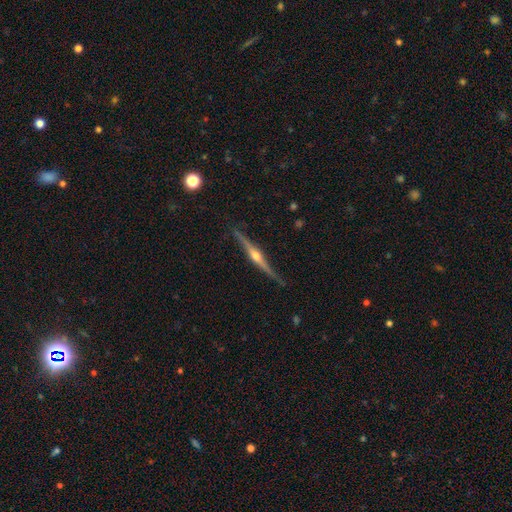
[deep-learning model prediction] Q: Smooth or featured?
A: featured or disk (84%); runner-up: smooth (11%)
Q: Edge-on disk?
A: yes (98%); runner-up: no (2%)
Q: Edge-on bulge?
A: rounded (92%); runner-up: boxy (4%)
Q: Merging?
A: none (83%); runner-up: minor disturbance (13%)